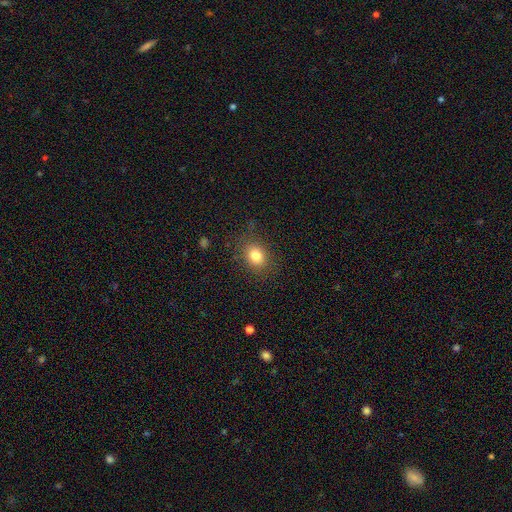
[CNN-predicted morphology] Smooth or featured? smooth (81%)
How rounded? round (52%)
Merging? none (81%)